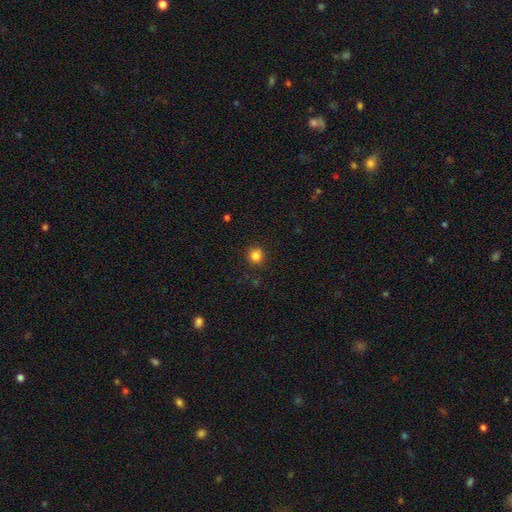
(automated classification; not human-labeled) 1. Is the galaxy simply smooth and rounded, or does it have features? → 84% smooth, 12% star or artifact, 4% featured or disk.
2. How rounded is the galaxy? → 93% round, 6% in between, 1% cigar-shaped.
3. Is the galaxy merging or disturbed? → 90% none, 7% minor disturbance, 2% major disturbance, 1% merger.